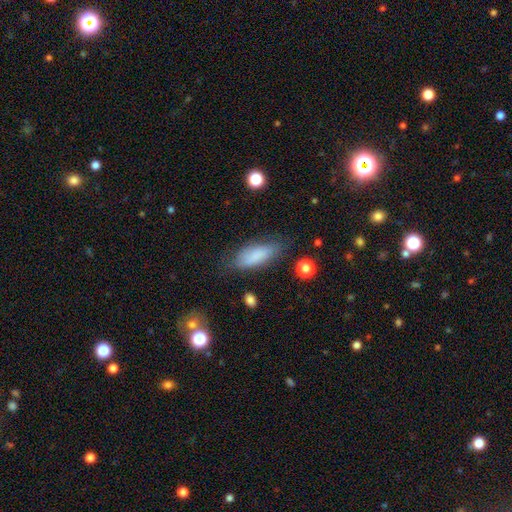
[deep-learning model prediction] smooth-or-featured: smooth: 82% | featured or disk: 11% | star or artifact: 7%
  how-rounded: in between: 68% | cigar-shaped: 30% | round: 2%
  merging: none: 72% | minor disturbance: 20% | major disturbance: 6% | merger: 2%